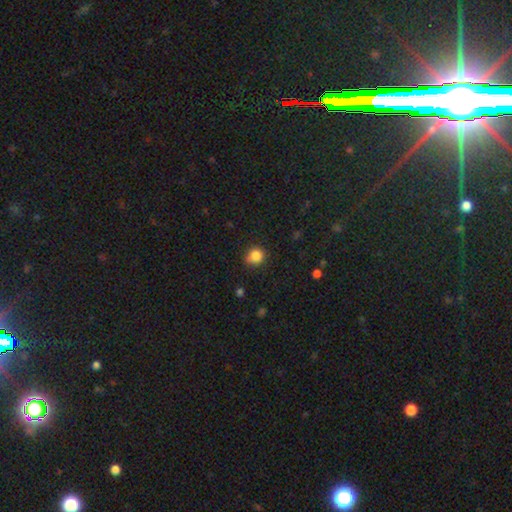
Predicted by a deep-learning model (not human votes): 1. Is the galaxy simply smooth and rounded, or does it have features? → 84% smooth, 11% star or artifact, 5% featured or disk.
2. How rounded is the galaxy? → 82% round, 17% in between, 1% cigar-shaped.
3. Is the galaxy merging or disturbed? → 72% none, 22% minor disturbance, 4% major disturbance, 2% merger.